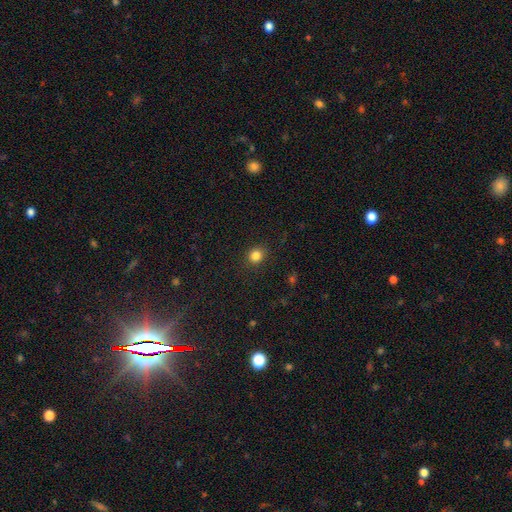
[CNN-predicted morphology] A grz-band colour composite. It shows a smooth galaxy with no disk features (84%) that is round (77%). Merging: none (89%).